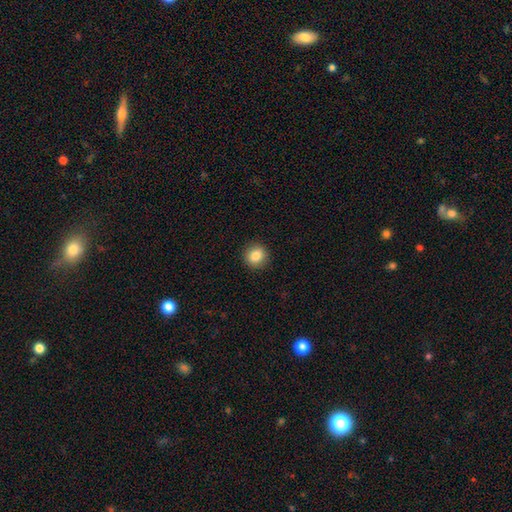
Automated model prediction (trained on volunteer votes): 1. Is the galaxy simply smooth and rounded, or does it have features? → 86% smooth, 9% star or artifact, 5% featured or disk.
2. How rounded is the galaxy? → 88% round, 11% in between, 1% cigar-shaped.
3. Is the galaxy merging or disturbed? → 91% none, 6% minor disturbance, 2% major disturbance, 1% merger.